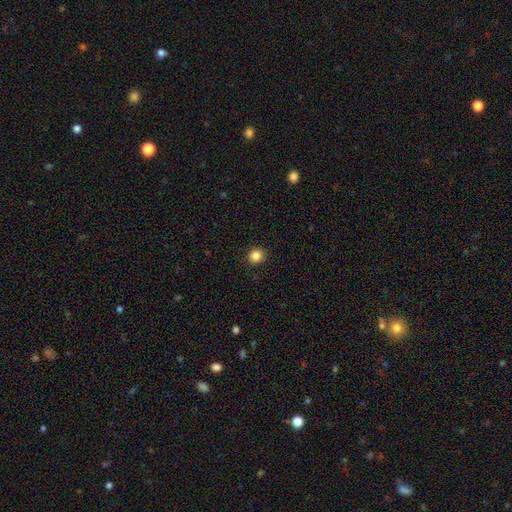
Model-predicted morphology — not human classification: Smooth or featured? smooth (85%)
How rounded? round (90%)
Merging? none (91%)